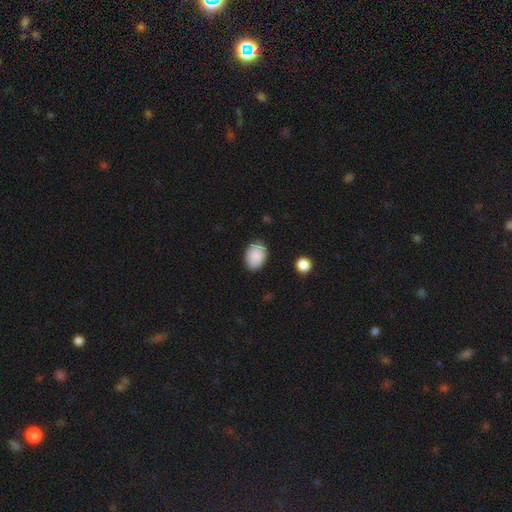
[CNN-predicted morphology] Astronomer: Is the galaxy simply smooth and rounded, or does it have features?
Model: smooth — 89%.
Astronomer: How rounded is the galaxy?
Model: in between — 79%.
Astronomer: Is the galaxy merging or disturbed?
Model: none — 82%.